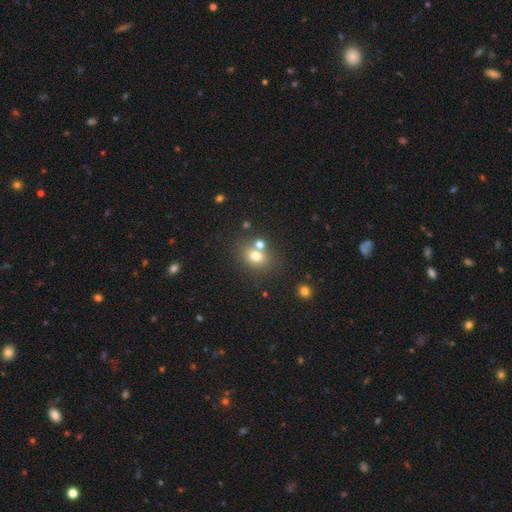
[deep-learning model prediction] A smooth galaxy with no disk features (73%) that is round (56%).

Vote fractions:
- Smooth or featured? smooth: 73% / star or artifact: 15% / featured or disk: 12%
- How rounded? round: 56% / in between: 43% / cigar-shaped: 1%
- Merging? none: 65% / merger: 20% / minor disturbance: 11% / major disturbance: 4%